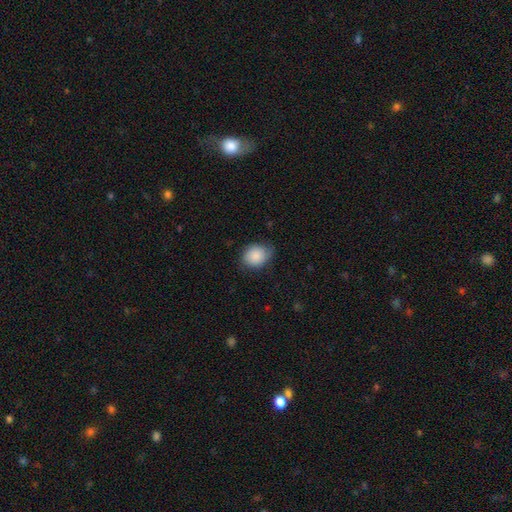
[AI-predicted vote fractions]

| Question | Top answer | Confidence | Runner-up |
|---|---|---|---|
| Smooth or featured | smooth | 84% | featured or disk (9%) |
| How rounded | round | 57% | in between (42%) |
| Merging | none | 59% | minor disturbance (33%) |